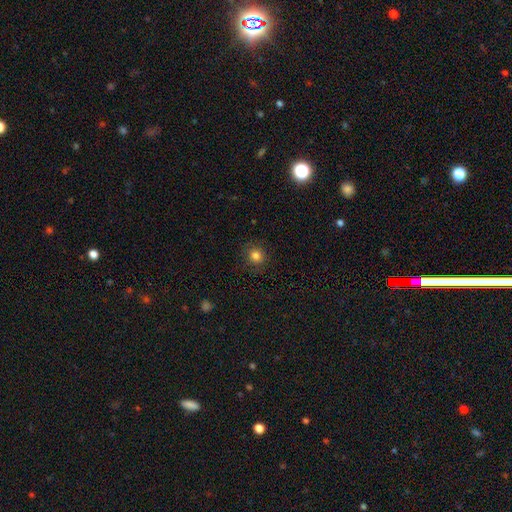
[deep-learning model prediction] Overall: smooth (81%). How rounded: round (90%). Merging: none (88%).